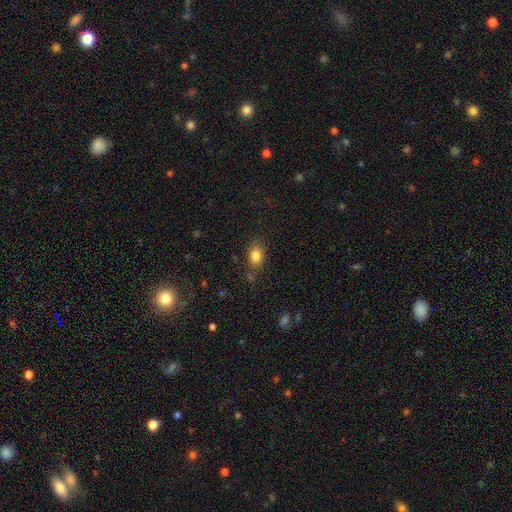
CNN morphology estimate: A smooth galaxy with no disk features (82%) that is in between round and cigar-shaped (72%). Merging: none (75%).